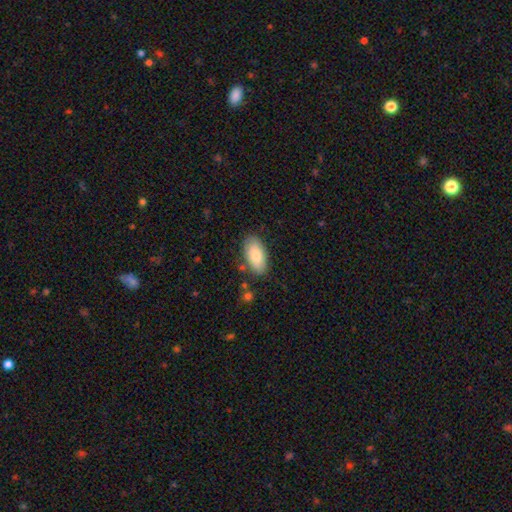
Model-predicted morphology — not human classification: Q: Smooth or featured?
A: smooth (84%); runner-up: featured or disk (10%)
Q: How rounded?
A: in between (93%); runner-up: cigar-shaped (5%)
Q: Merging?
A: none (81%); runner-up: minor disturbance (13%)